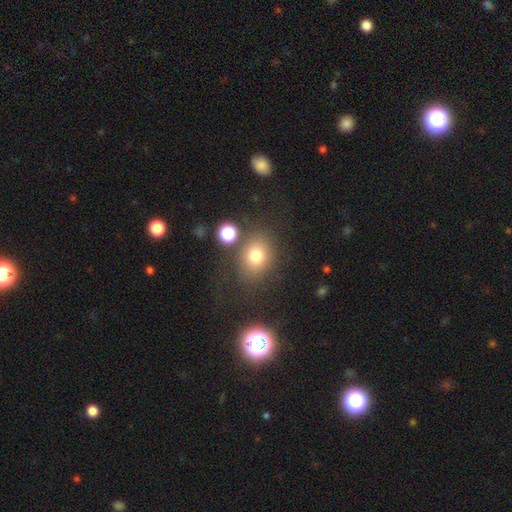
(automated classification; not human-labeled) smooth-or-featured: smooth: 75% | star or artifact: 14% | featured or disk: 11%
  how-rounded: in between: 51% | round: 48% | cigar-shaped: 1%
  merging: none: 73% | minor disturbance: 13% | merger: 8% | major disturbance: 6%